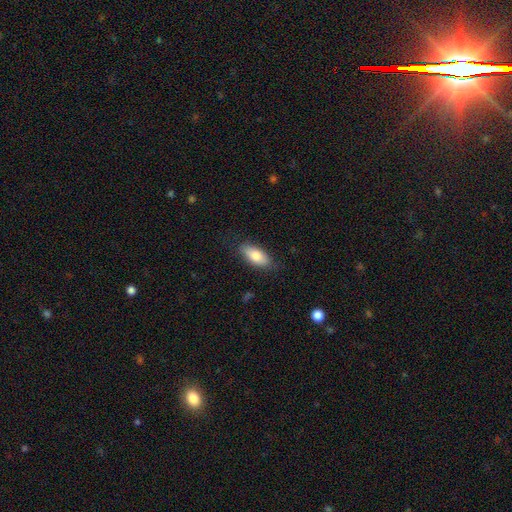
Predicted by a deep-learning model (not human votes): Smooth or featured: smooth — 79% (featured or disk — 15%)
How rounded: in between — 86% (cigar-shaped — 12%)
Merging: none — 82% (minor disturbance — 14%)